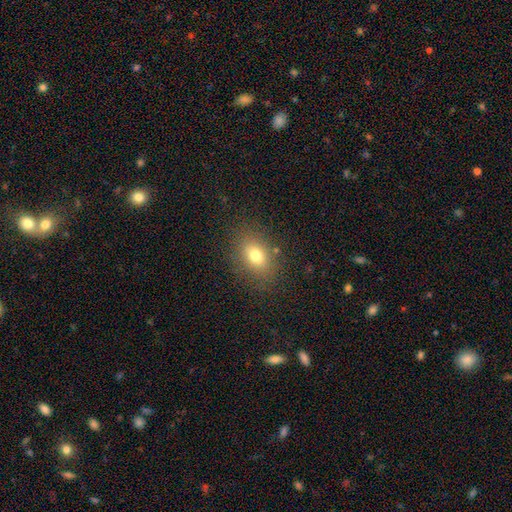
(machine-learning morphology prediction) Overall: smooth (75%). How rounded: in between (72%). Merging: none (84%).